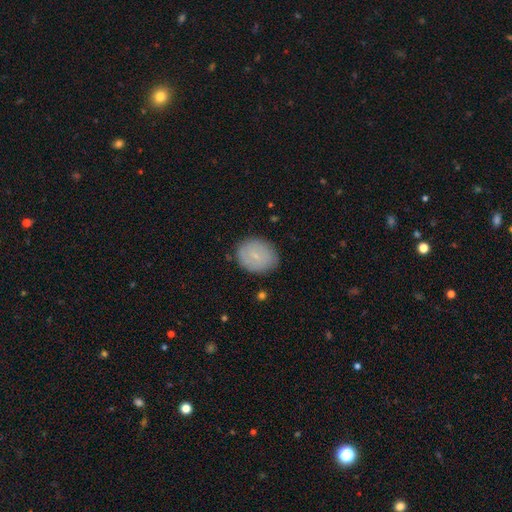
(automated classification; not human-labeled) Smooth or featured? smooth (66%)
How rounded? round (58%)
Merging? none (83%)